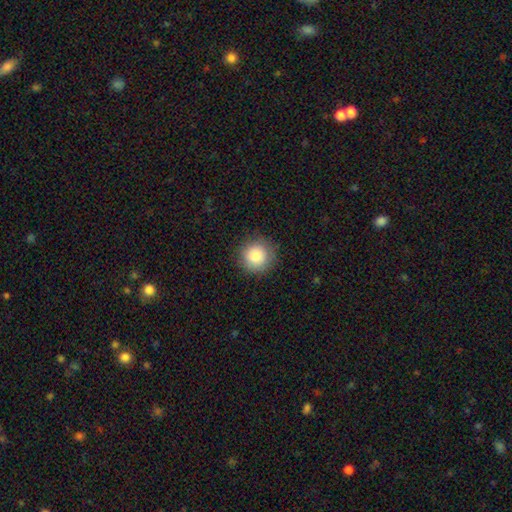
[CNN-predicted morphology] Overall: smooth (85%). How rounded: round (95%). Merging: none (89%).